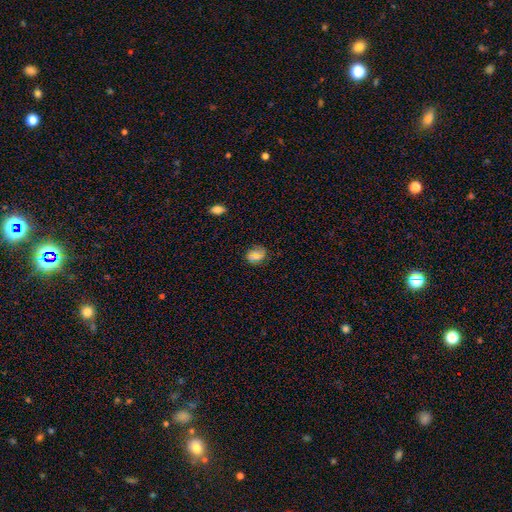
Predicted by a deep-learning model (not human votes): smooth-or-featured: smooth: 63% | star or artifact: 27% | featured or disk: 10%
  how-rounded: round: 63% | in between: 35% | cigar-shaped: 3%
  merging: none: 83% | minor disturbance: 11% | major disturbance: 4% | merger: 2%